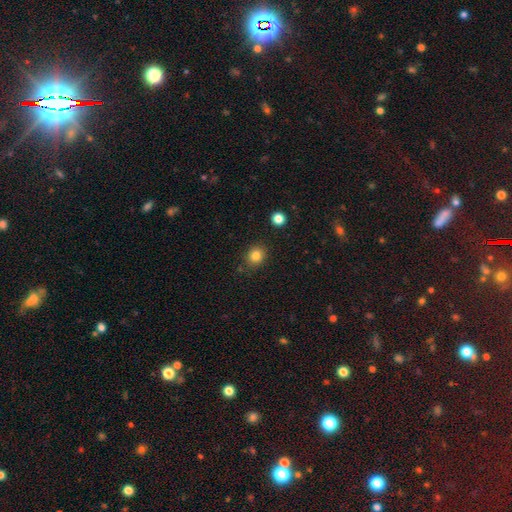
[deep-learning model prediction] Smooth or featured?
  - smooth: 83% *
  - star or artifact: 12%
  - featured or disk: 5%
How rounded?
  - round: 78% *
  - in between: 21%
  - cigar-shaped: 1%
Merging?
  - none: 86% *
  - minor disturbance: 9%
  - major disturbance: 3%
  - merger: 2%